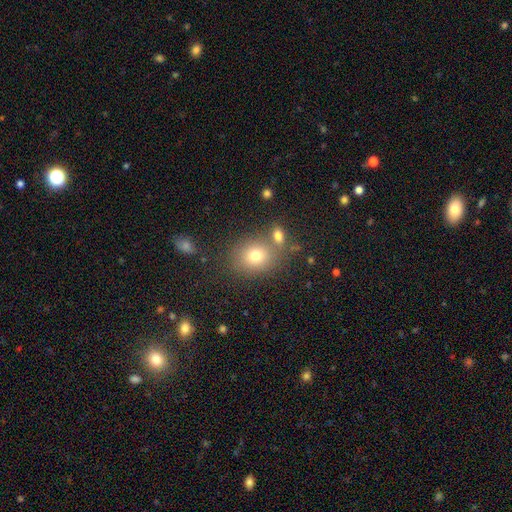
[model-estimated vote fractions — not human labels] smooth 74%, star or artifact 14%, featured or disk 12%. Down the decision tree: how rounded — round (60%); merging — none (67%).